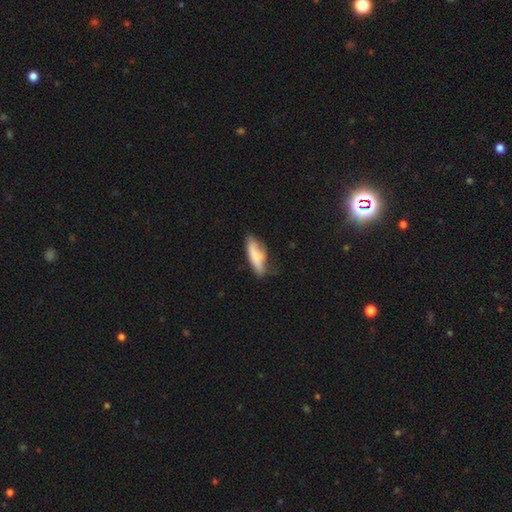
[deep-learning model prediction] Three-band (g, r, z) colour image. It shows a smooth galaxy with no disk features (76%) that is in between round and cigar-shaped (49%, tied with cigar-shaped). Merging: none (52%).